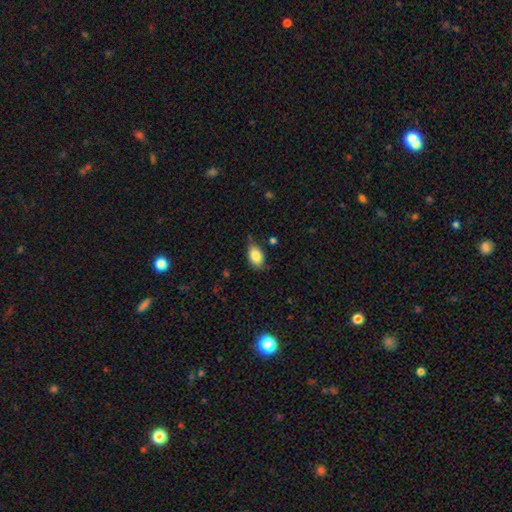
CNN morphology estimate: Smooth or featured?
  - smooth: 86% *
  - star or artifact: 8%
  - featured or disk: 6%
How rounded?
  - in between: 88% *
  - round: 11%
  - cigar-shaped: 2%
Merging?
  - none: 68% *
  - minor disturbance: 25%
  - major disturbance: 4%
  - merger: 2%